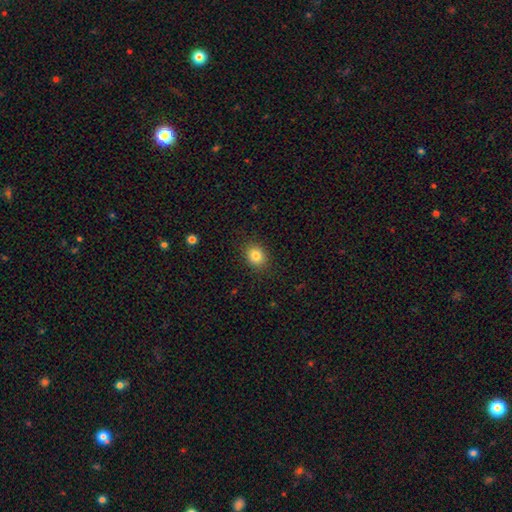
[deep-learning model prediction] This is clearly a smooth galaxy (83%). How rounded: possibly round (58%). Merging: clearly none (88%).